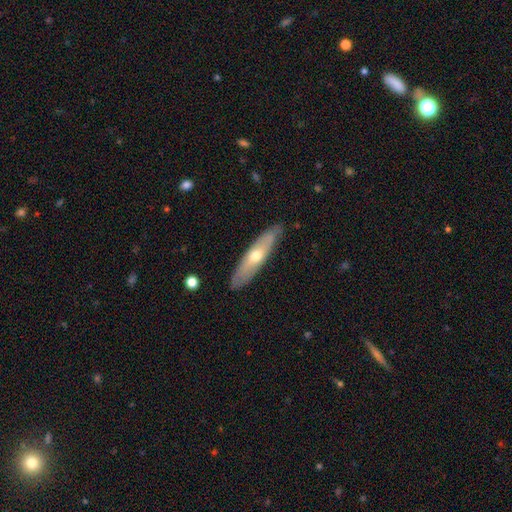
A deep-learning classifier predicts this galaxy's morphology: This is possibly a featured or disk galaxy (53%). It is likely viewed edge-on (63%). Merging: clearly none (87%).